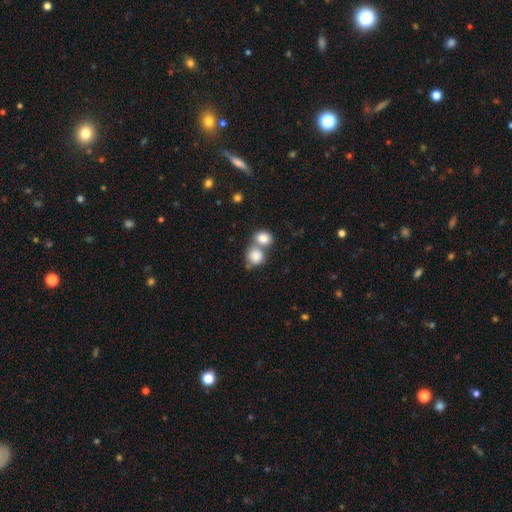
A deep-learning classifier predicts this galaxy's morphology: This appears to be a smooth galaxy with no disk features (83%) that is round (72%). Merging: merger (57%).